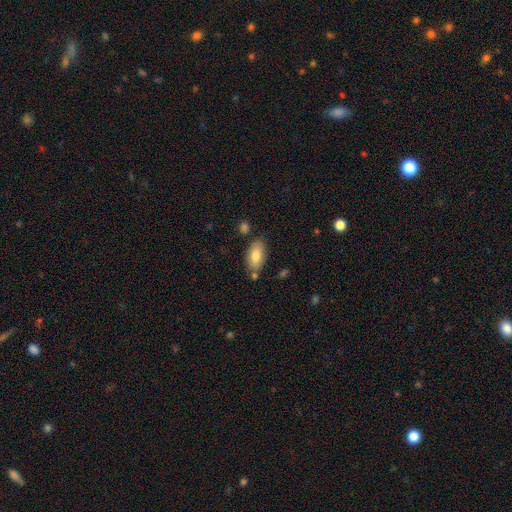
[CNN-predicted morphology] Smooth or featured? Predicted: smooth (p=0.81). How rounded? Predicted: in between (p=0.93). Merging? Predicted: none (p=0.75).